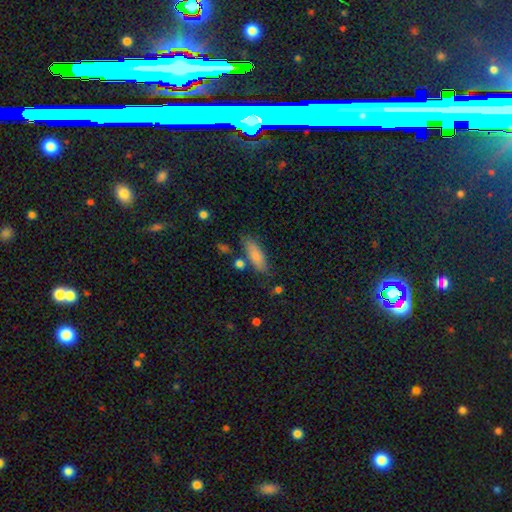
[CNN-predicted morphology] smooth 82%, featured or disk 11%, star or artifact 7%. Down the decision tree: how rounded — in between (61%); merging — none (73%).